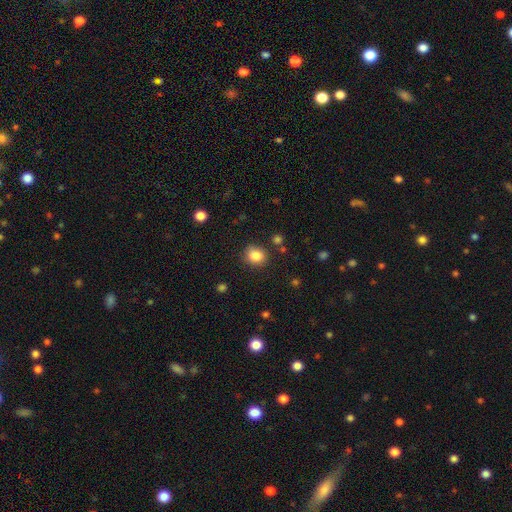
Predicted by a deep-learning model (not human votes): The model was most divided on "how rounded": round: 70%, in between: 29%, cigar-shaped: 1%. More confident: smooth or featured — smooth (85%); merging — none (84%).